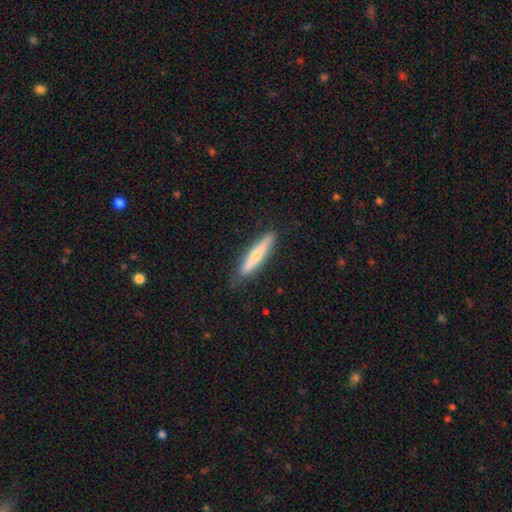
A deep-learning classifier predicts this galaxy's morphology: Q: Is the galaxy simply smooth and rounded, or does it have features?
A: smooth — 60%.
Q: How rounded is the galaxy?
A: cigar-shaped — 91%.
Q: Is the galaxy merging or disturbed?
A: none — 83%.